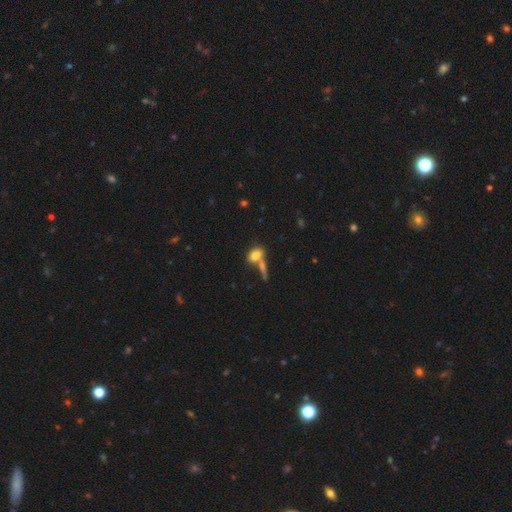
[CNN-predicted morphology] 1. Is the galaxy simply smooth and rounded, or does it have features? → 78% smooth, 13% featured or disk, 9% star or artifact.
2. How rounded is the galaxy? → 76% in between, 18% round, 6% cigar-shaped.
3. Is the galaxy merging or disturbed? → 42% merger, 41% none, 11% minor disturbance, 6% major disturbance.